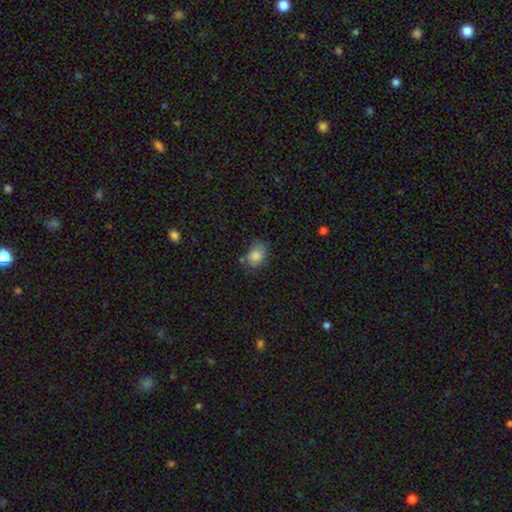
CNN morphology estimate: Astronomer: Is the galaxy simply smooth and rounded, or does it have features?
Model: smooth — 82%.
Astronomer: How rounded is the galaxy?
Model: in between — 68%.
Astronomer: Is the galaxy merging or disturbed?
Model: none — 56%.